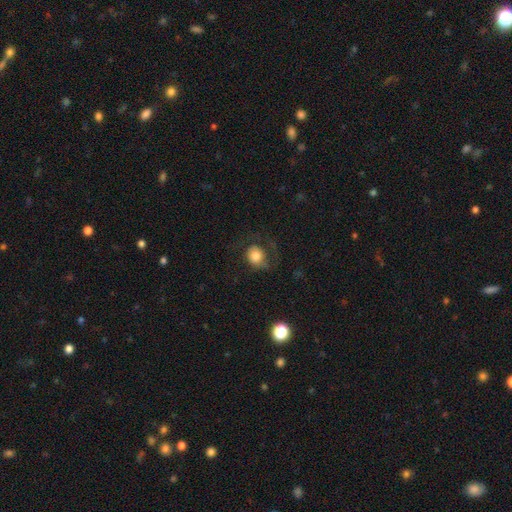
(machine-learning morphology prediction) The model was most divided on "merging": none: 47%, major disturbance: 31%, minor disturbance: 20%, merger: 2%. More confident: smooth or featured — smooth (72%); how rounded — round (70%).